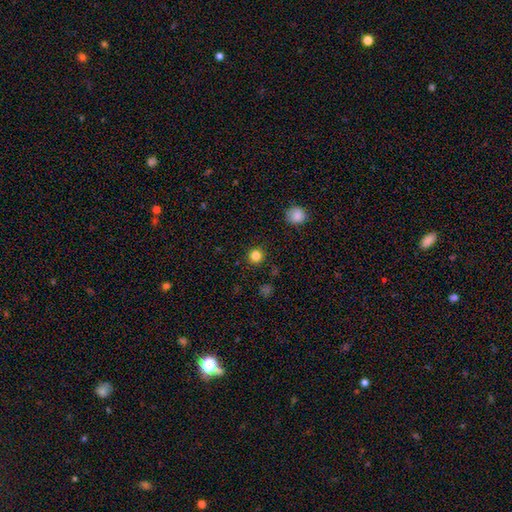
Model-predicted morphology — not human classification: A smooth galaxy with no disk features (83%) that is round (95%). Merging: none (92%).